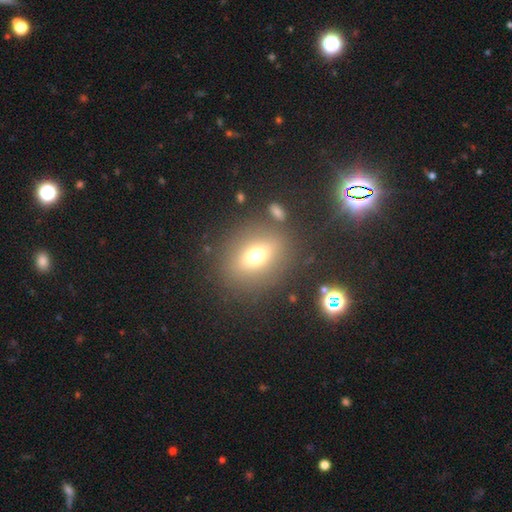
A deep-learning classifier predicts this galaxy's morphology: The model was most divided on "how rounded": round: 52%, in between: 46%, cigar-shaped: 3%. More confident: merging — none (78%); smooth or featured — smooth (66%).